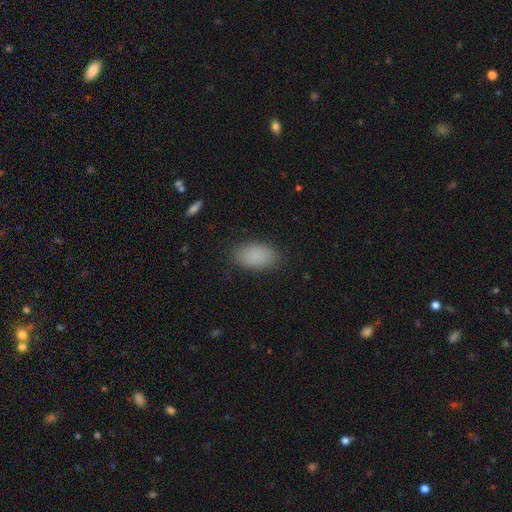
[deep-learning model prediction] Smooth or featured? Predicted: smooth (p=0.88). How rounded? Predicted: in between (p=0.93). Merging? Predicted: none (p=0.85).